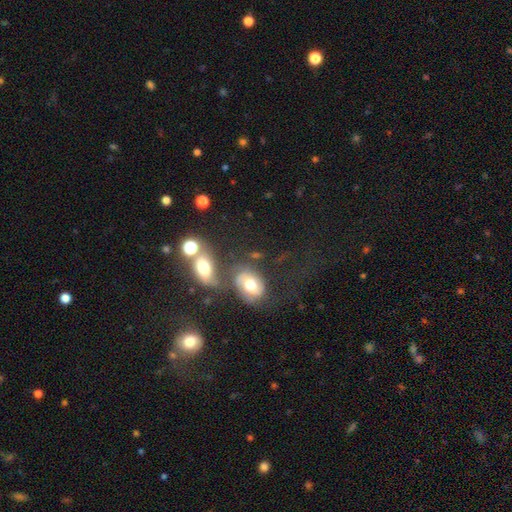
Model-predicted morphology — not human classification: Smooth or featured? smooth (54%)
How rounded? in between (71%)
Merging? none (35%)